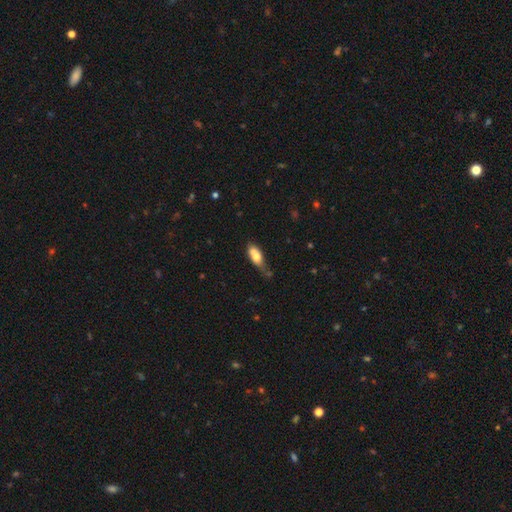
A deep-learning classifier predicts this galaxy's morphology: type=smooth (70%); roundness=in between (75%); merging=none (33%).